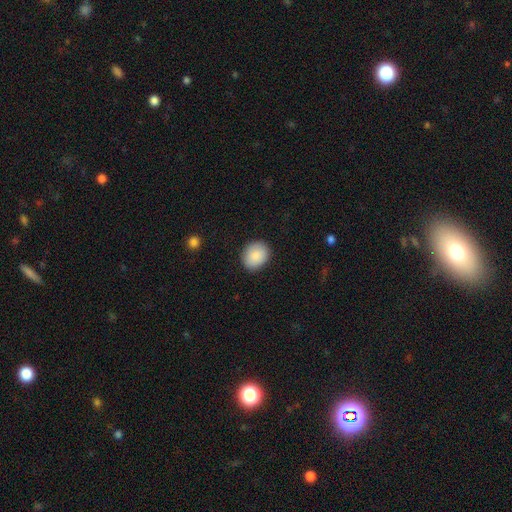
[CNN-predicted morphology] A smooth galaxy with no disk features (88%) that is round (59%).

Vote fractions:
- Smooth or featured? smooth: 88% / star or artifact: 7% / featured or disk: 5%
- How rounded? round: 59% / in between: 40% / cigar-shaped: 1%
- Merging? none: 87% / minor disturbance: 10% / major disturbance: 2% / merger: 1%